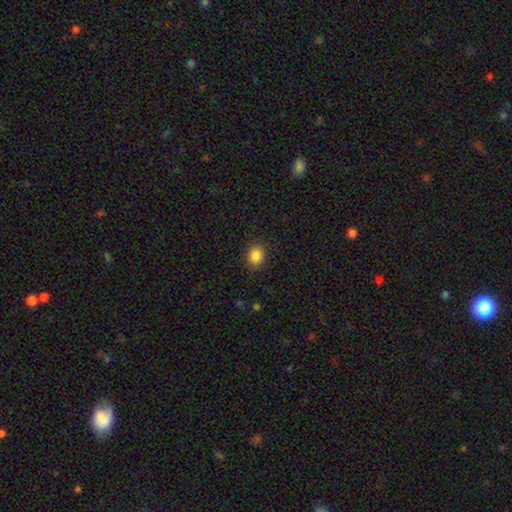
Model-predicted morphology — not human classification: smooth 86%, star or artifact 10%, featured or disk 4%. Down the decision tree: how rounded — round (64%); merging — none (88%).